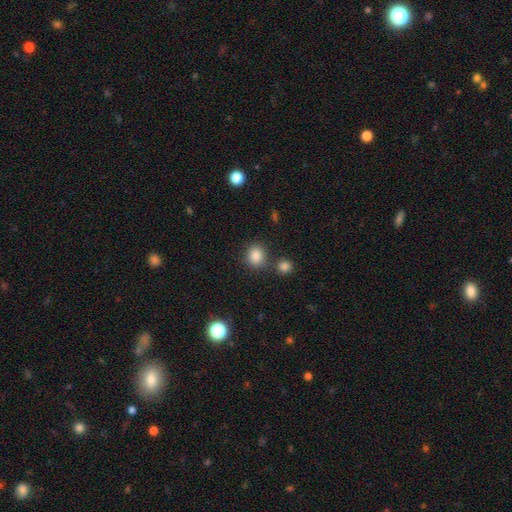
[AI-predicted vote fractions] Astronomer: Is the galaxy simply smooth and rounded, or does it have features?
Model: smooth — 85%.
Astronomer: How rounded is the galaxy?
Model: round — 68%.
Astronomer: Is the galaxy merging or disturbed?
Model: none — 73%.